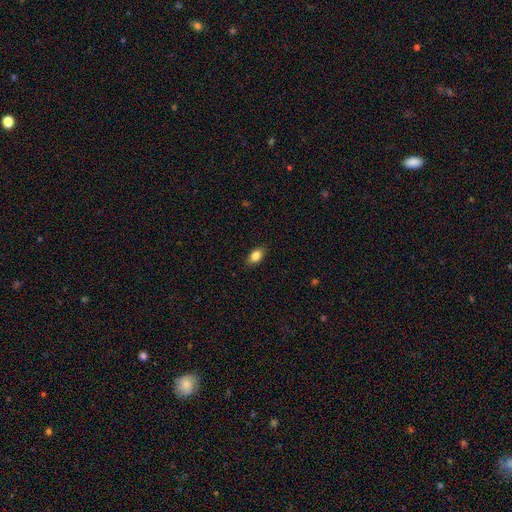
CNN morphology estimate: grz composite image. It shows a smooth galaxy with no disk features (84%) that is in between round and cigar-shaped (88%). Merging: none (87%).